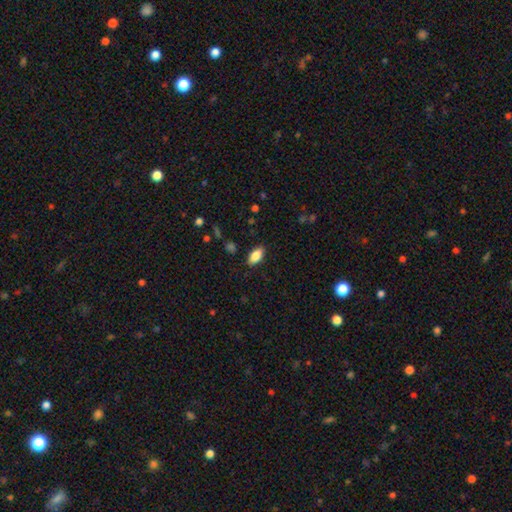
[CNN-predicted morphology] Smooth or featured? Predicted: smooth (p=0.85). How rounded? Predicted: in between (p=0.91). Merging? Predicted: none (p=0.87).